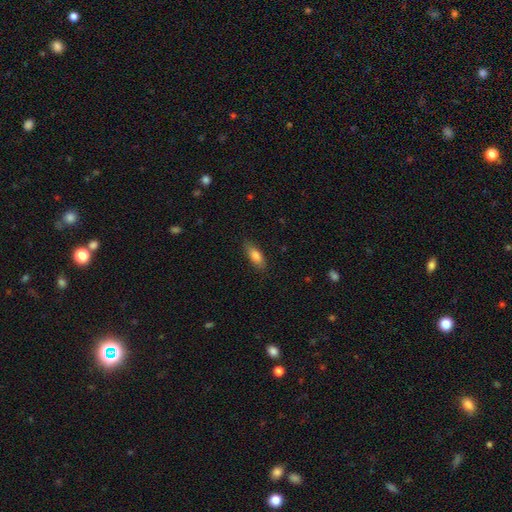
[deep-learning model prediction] A smooth galaxy with no disk features (80%) that is in between round and cigar-shaped (74%). Merging: none (84%).